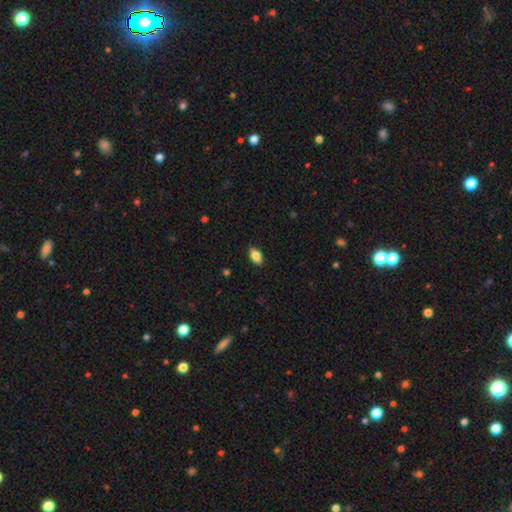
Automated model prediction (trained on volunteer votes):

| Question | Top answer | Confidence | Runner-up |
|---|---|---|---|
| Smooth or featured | smooth | 83% | featured or disk (10%) |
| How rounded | in between | 90% | cigar-shaped (6%) |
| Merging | none | 87% | minor disturbance (10%) |